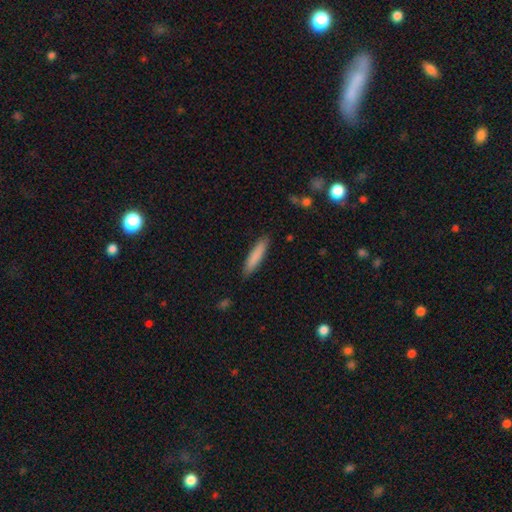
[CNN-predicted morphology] A smooth galaxy with no disk features (84%) that is cigar-shaped (87%).

Vote fractions:
- Smooth or featured? smooth: 84% / featured or disk: 11% / star or artifact: 6%
- How rounded? cigar-shaped: 87% / in between: 11% / round: 1%
- Merging? none: 89% / minor disturbance: 9% / major disturbance: 2% / merger: 1%